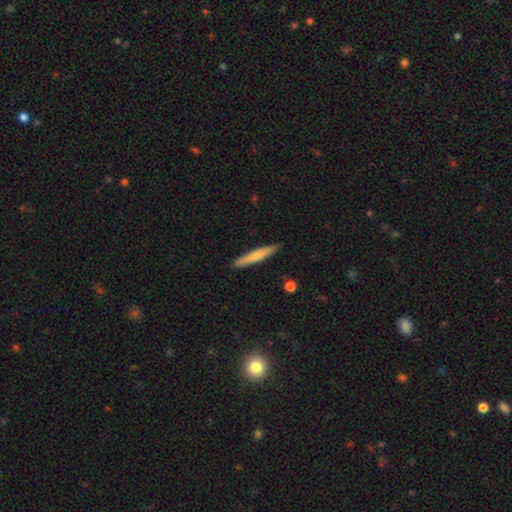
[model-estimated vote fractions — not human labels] Smooth or featured: smooth — 66% (featured or disk — 28%)
How rounded: cigar-shaped — 94% (in between — 4%)
Merging: none — 90% (minor disturbance — 7%)